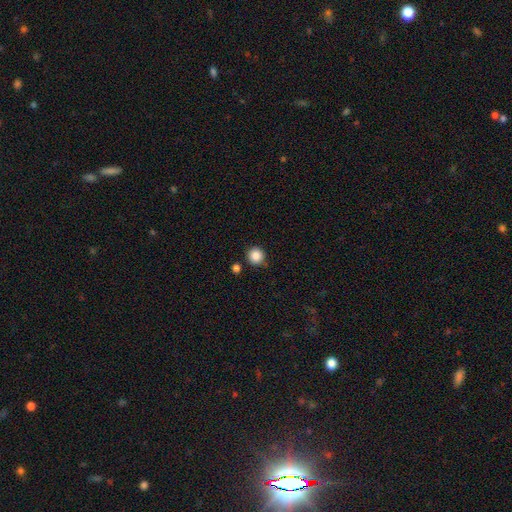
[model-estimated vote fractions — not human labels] This is clearly a smooth galaxy (87%). How rounded: clearly round (95%). Merging: clearly none (86%).